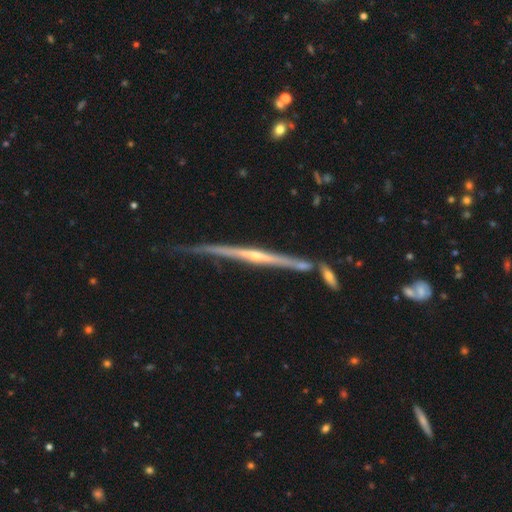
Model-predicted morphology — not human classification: A featured or disk galaxy (86%) viewed edge-on (98%) with a rounded central bulge (66%).

Vote fractions:
- Smooth or featured? featured or disk: 86% / smooth: 9% / star or artifact: 6%
- Edge-on disk? yes: 98% / no: 2%
- Edge-on bulge? rounded: 66% / none: 28% / boxy: 6%
- Merging? none: 72% / minor disturbance: 18% / merger: 7% / major disturbance: 4%